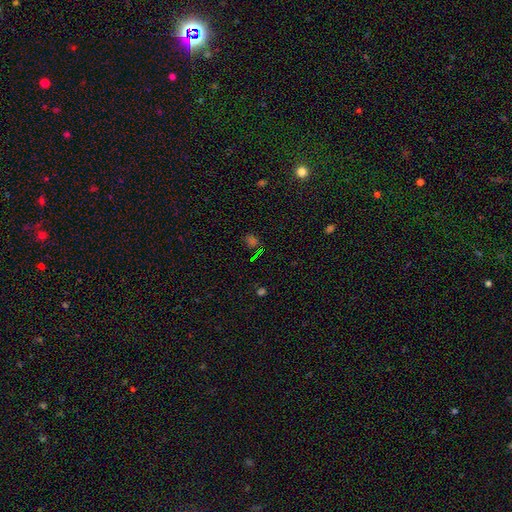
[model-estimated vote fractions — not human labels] Smooth or featured? star or artifact (55%)